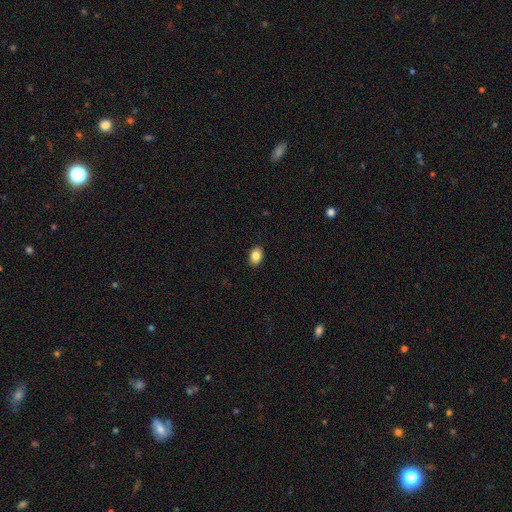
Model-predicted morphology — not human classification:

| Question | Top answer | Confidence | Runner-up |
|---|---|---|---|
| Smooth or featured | smooth | 85% | star or artifact (8%) |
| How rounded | in between | 81% | round (18%) |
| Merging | none | 90% | minor disturbance (8%) |